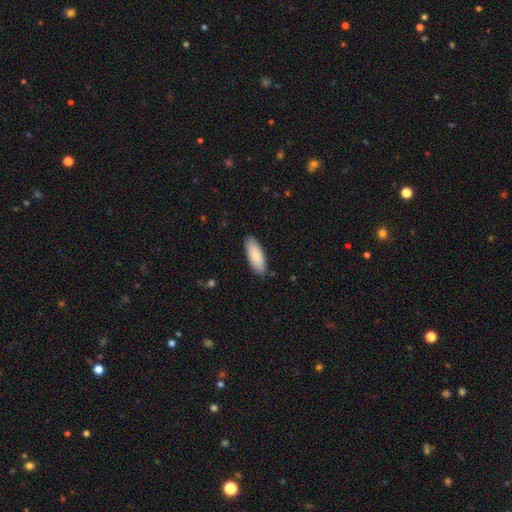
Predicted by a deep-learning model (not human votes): Smooth or featured: smooth — 86% (featured or disk — 9%)
How rounded: in between — 74% (cigar-shaped — 24%)
Merging: none — 87% (minor disturbance — 10%)